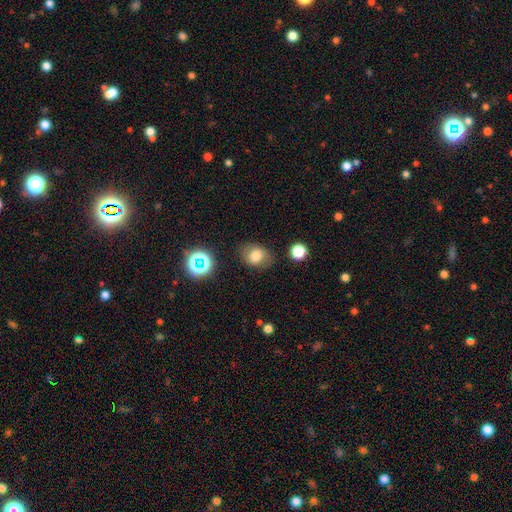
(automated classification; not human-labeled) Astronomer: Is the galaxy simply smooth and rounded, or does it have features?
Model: smooth — 75%.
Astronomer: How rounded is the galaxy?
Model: in between — 57% (runner-up: round, 41%).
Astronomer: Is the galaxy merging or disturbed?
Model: none — 76%.